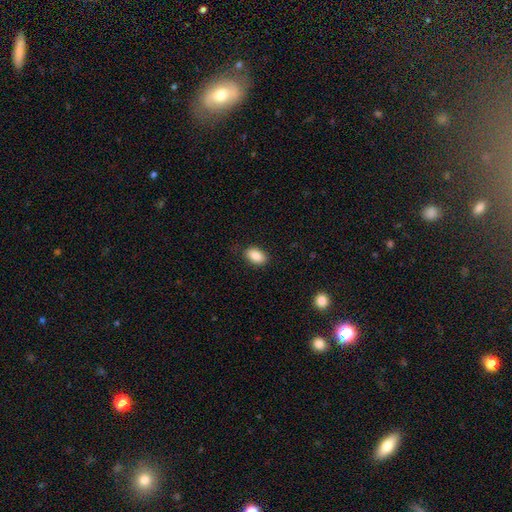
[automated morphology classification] Smooth or featured?
  - smooth: 89% *
  - star or artifact: 7%
  - featured or disk: 4%
How rounded?
  - in between: 91% *
  - round: 8%
  - cigar-shaped: 2%
Merging?
  - none: 86% *
  - minor disturbance: 11%
  - major disturbance: 3%
  - merger: 1%